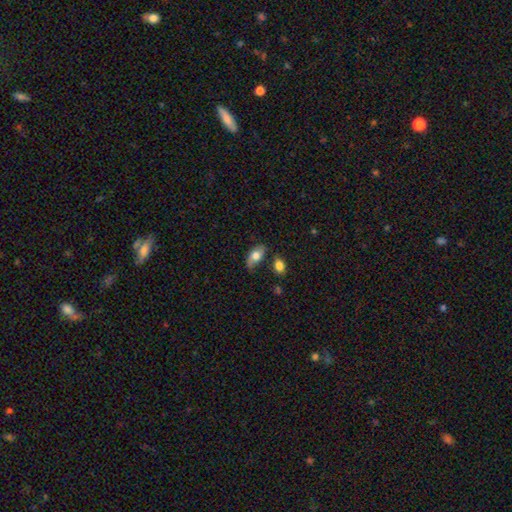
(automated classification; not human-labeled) Morphology: type=smooth (72%); roundness=in between (89%); merging=none (64%).